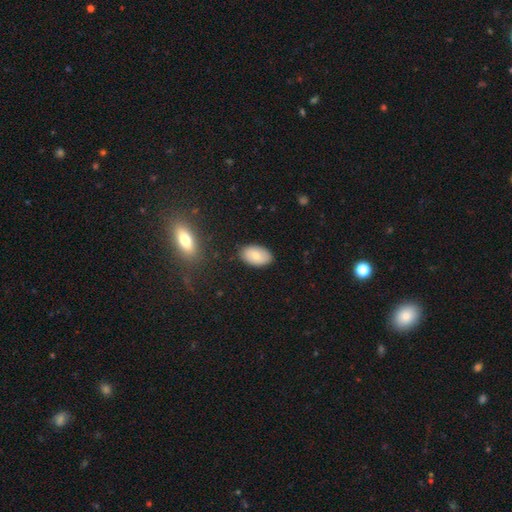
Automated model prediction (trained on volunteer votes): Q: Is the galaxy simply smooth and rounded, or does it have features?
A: smooth — 77%.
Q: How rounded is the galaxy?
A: in between — 92%.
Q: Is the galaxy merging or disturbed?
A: none — 85%.